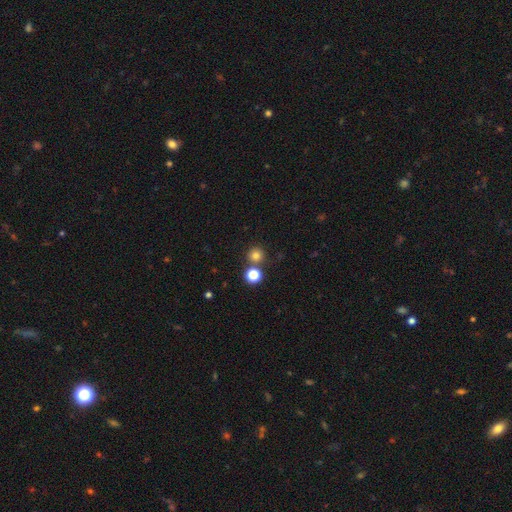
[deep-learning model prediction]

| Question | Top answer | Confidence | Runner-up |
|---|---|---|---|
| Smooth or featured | smooth | 78% | star or artifact (16%) |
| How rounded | round | 93% | in between (6%) |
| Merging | none | 76% | merger (15%) |